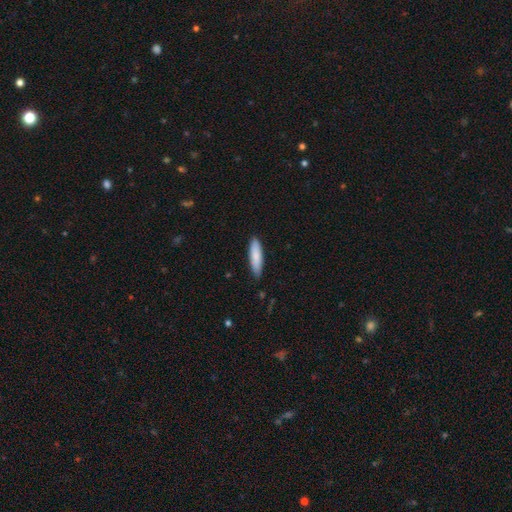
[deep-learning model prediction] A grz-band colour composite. It shows a smooth galaxy with no disk features (84%) that is cigar-shaped (68%). Merging: none (84%).